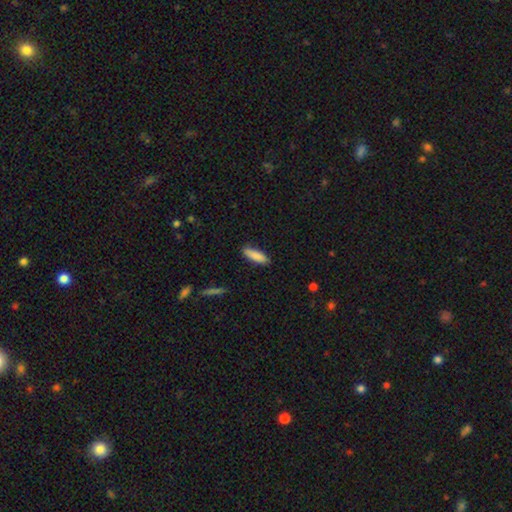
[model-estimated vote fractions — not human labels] Smooth or featured: smooth — 87% (featured or disk — 7%)
How rounded: cigar-shaped — 56% (in between — 43%)
Merging: none — 84% (minor disturbance — 12%)